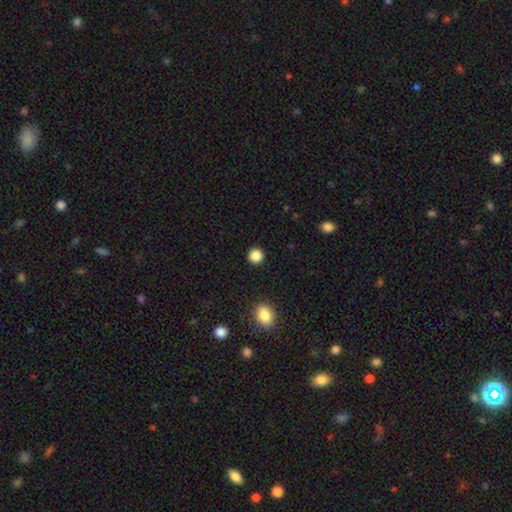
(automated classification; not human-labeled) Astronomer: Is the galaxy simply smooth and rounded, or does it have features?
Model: smooth — 87%.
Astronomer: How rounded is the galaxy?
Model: round — 93%.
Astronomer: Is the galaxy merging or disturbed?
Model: none — 92%.